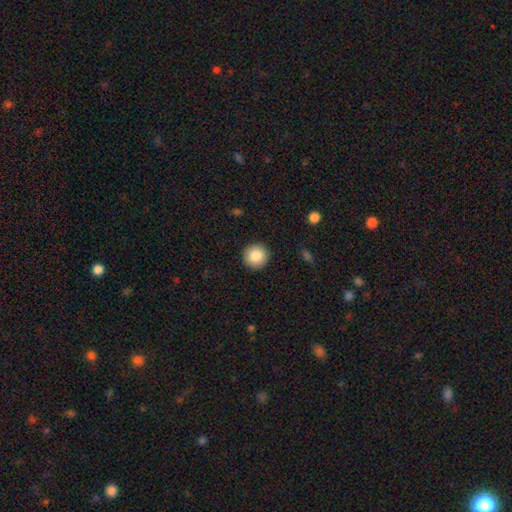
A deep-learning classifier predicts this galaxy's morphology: type=smooth (85%); roundness=round (95%); merging=none (92%).